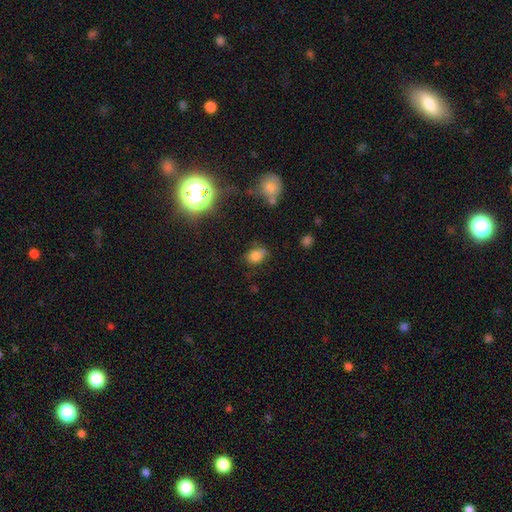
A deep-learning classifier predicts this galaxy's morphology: A smooth galaxy with no disk features (79%) that is in between round and cigar-shaped (78%). Merging: none (72%).